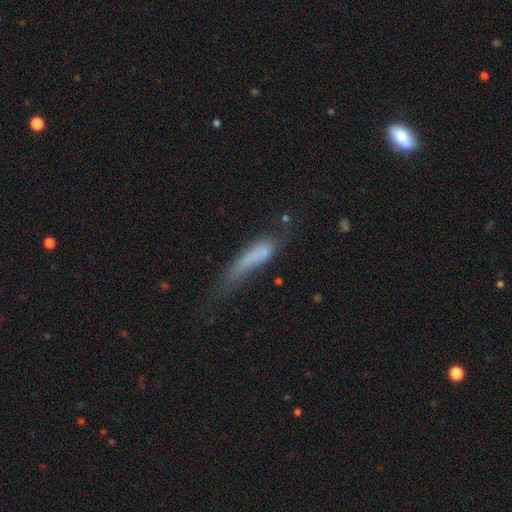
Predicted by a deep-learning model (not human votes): Smooth or featured: smooth — 64% (featured or disk — 26%)
How rounded: cigar-shaped — 70% (in between — 28%)
Merging: major disturbance — 36% (minor disturbance — 29%)